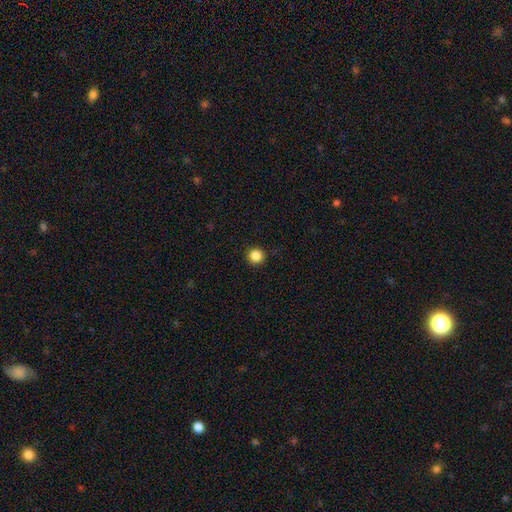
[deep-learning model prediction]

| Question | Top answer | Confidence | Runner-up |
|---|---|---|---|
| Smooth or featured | smooth | 86% | star or artifact (11%) |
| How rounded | round | 96% | in between (3%) |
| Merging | none | 93% | minor disturbance (5%) |